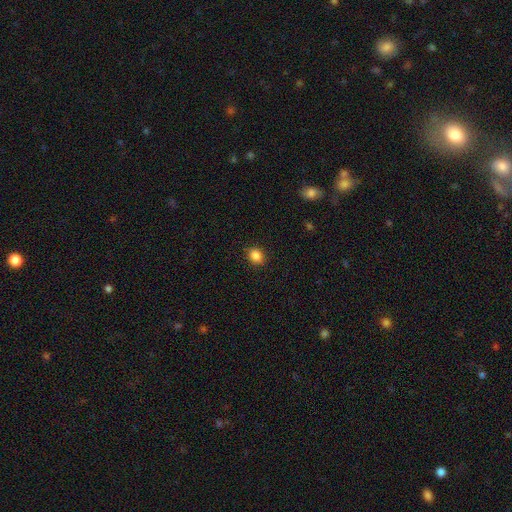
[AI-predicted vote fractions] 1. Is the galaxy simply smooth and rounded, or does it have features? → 86% smooth, 10% star or artifact, 3% featured or disk.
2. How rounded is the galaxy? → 54% round, 45% in between, 1% cigar-shaped.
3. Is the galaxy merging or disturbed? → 88% none, 9% minor disturbance, 2% major disturbance, 1% merger.